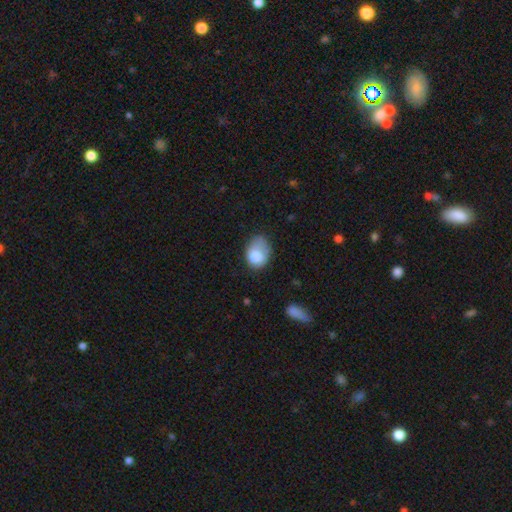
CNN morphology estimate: This appears to be a smooth galaxy with no disk features (79%) that is in between round and cigar-shaped (72%). Merging: minor disturbance (39%).